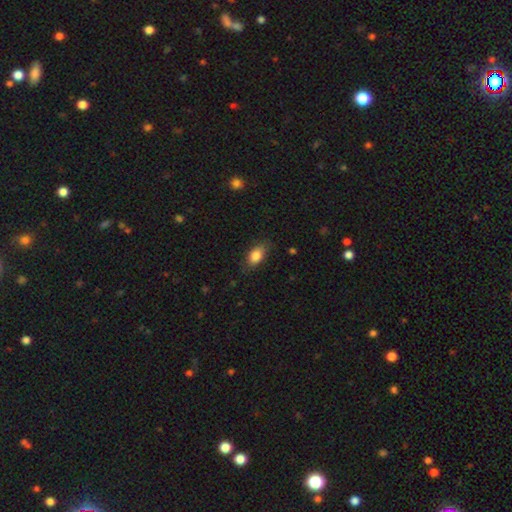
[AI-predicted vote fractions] Smooth or featured? smooth (84%)
How rounded? in between (87%)
Merging? none (79%)